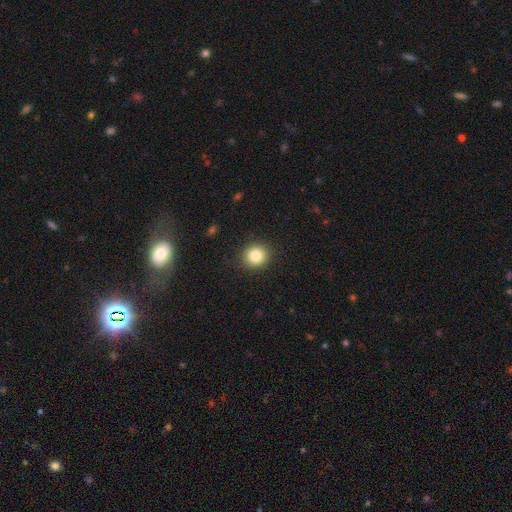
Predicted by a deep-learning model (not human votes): A smooth galaxy with no disk features (84%) that is round (88%).

Vote fractions:
- Smooth or featured? smooth: 84% / star or artifact: 10% / featured or disk: 6%
- How rounded? round: 88% / in between: 12% / cigar-shaped: 1%
- Merging? none: 90% / minor disturbance: 7% / major disturbance: 2% / merger: 1%